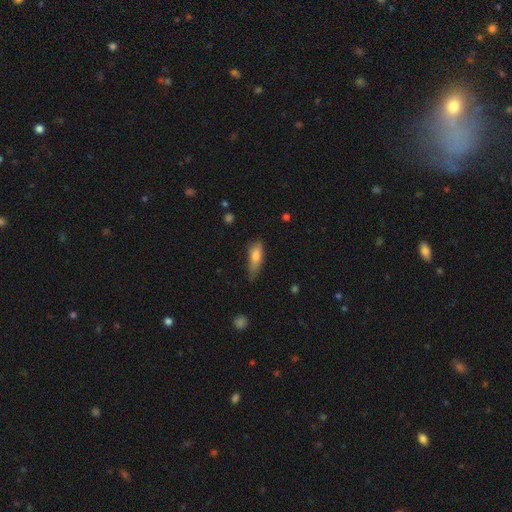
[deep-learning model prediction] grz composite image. It shows a smooth galaxy with no disk features (74%) that is in between round and cigar-shaped (60%). Merging: none (47%).